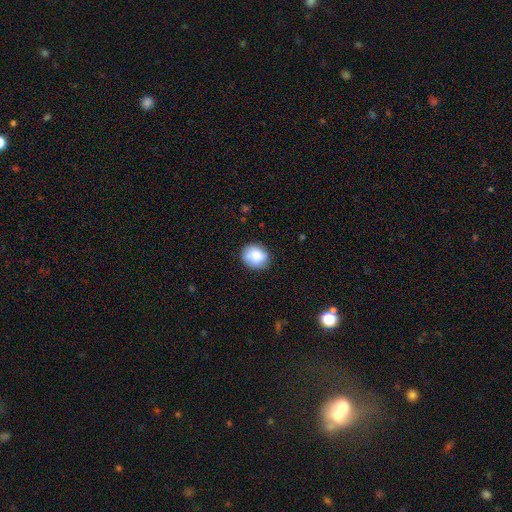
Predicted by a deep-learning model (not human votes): Morphology: type=smooth (76%); roundness=round (68%); merging=none (78%).